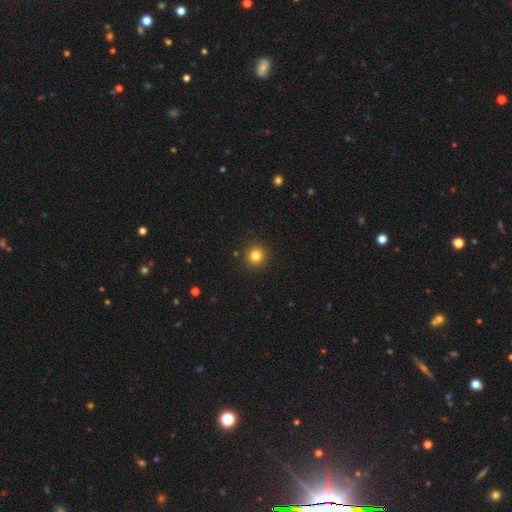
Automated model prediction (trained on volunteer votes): Smooth or featured: smooth — 82% (star or artifact — 12%)
How rounded: round — 94% (in between — 5%)
Merging: none — 92% (minor disturbance — 5%)